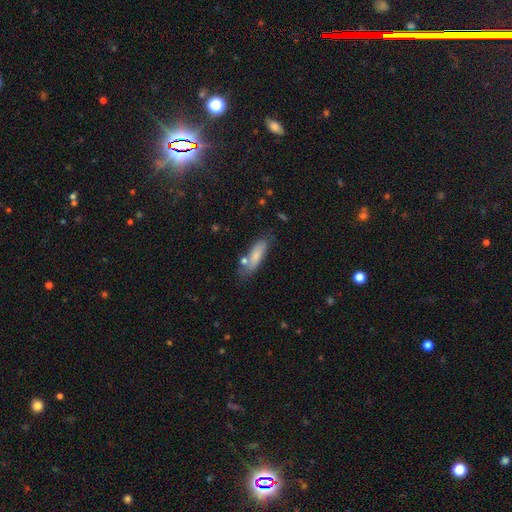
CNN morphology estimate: A smooth galaxy with no disk features (77%) that is in between round and cigar-shaped (53%).

Vote fractions:
- Smooth or featured? smooth: 77% / featured or disk: 16% / star or artifact: 7%
- How rounded? in between: 53% / cigar-shaped: 45% / round: 2%
- Merging? none: 63% / minor disturbance: 20% / merger: 11% / major disturbance: 6%